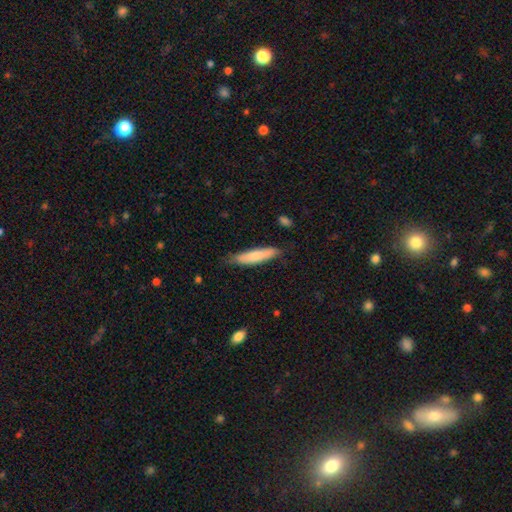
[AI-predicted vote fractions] Morphology: type=smooth (75%); roundness=cigar-shaped (81%); merging=none (78%).